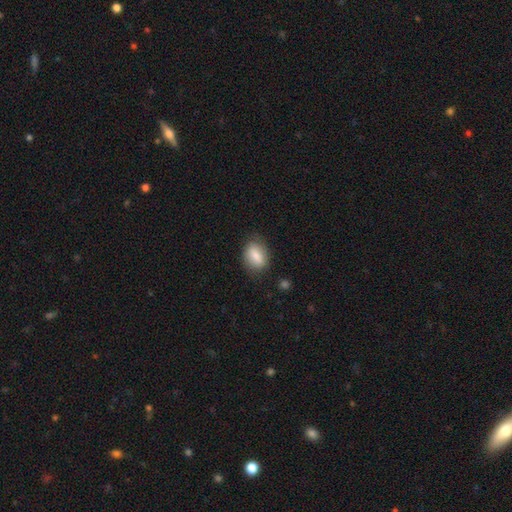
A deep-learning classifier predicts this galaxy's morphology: Smooth or featured?
  - smooth: 81% *
  - featured or disk: 12%
  - star or artifact: 7%
How rounded?
  - in between: 79% *
  - round: 19%
  - cigar-shaped: 2%
Merging?
  - none: 74% *
  - minor disturbance: 19%
  - major disturbance: 5%
  - merger: 2%